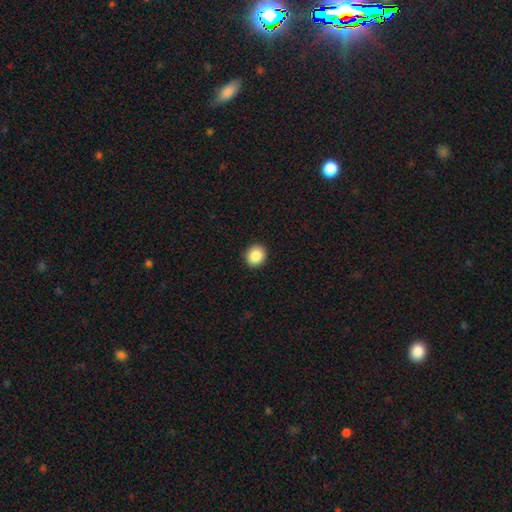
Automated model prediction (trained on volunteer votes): smooth 87%, star or artifact 9%, featured or disk 4%. Down the decision tree: how rounded — round (86%); merging — none (93%).